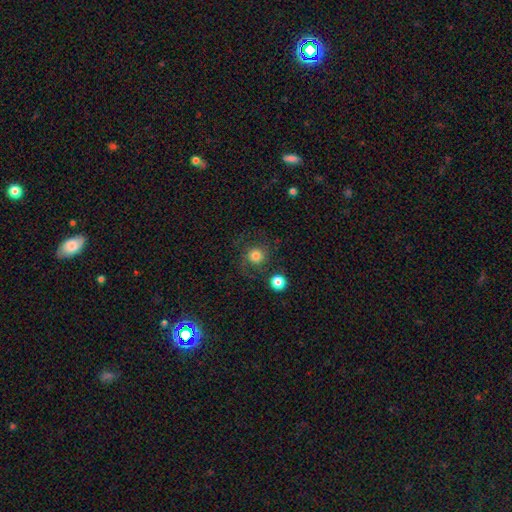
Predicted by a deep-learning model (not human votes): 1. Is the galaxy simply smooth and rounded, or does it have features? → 71% smooth, 17% featured or disk, 12% star or artifact.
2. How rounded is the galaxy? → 91% round, 8% in between, 1% cigar-shaped.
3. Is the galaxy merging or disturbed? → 68% none, 14% minor disturbance, 12% major disturbance, 6% merger.